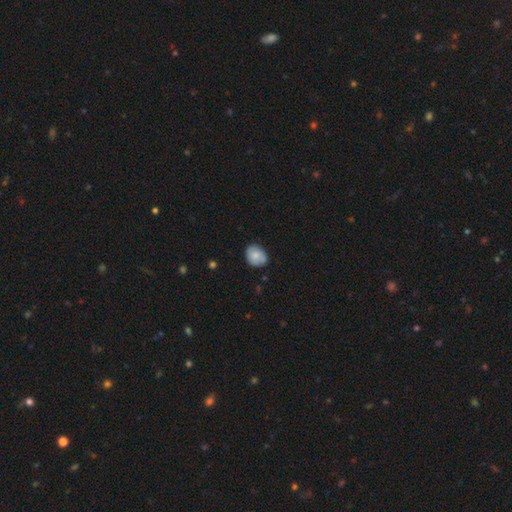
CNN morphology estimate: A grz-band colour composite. It shows a smooth galaxy with no disk features (77%) that is round (57%). Merging: none (76%).